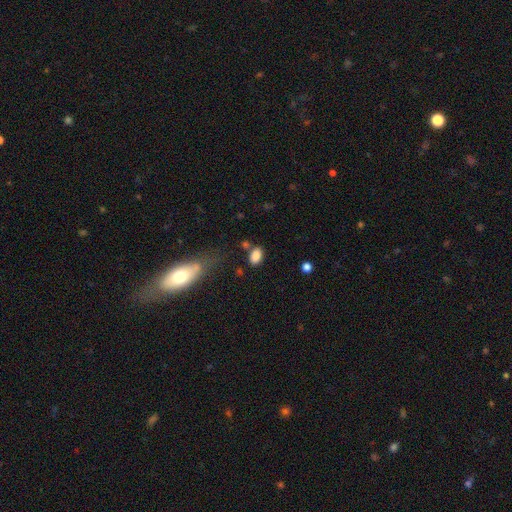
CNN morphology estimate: smooth 86%, star or artifact 9%, featured or disk 5%. Down the decision tree: how rounded — in between (86%); merging — none (71%).